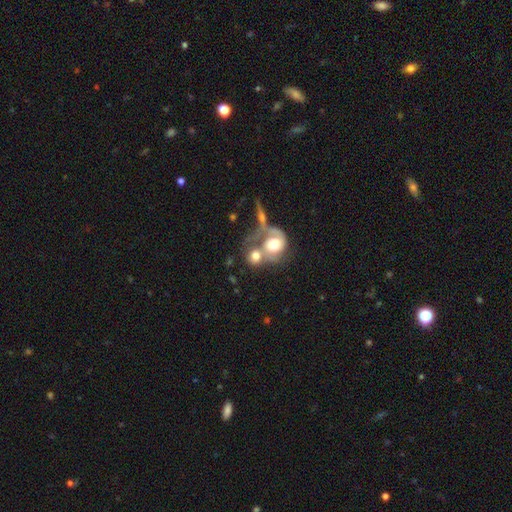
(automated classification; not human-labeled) smooth-or-featured: smooth: 49% | featured or disk: 43% | star or artifact: 8%
  merging: merger: 65% | none: 18% | major disturbance: 10% | minor disturbance: 7%